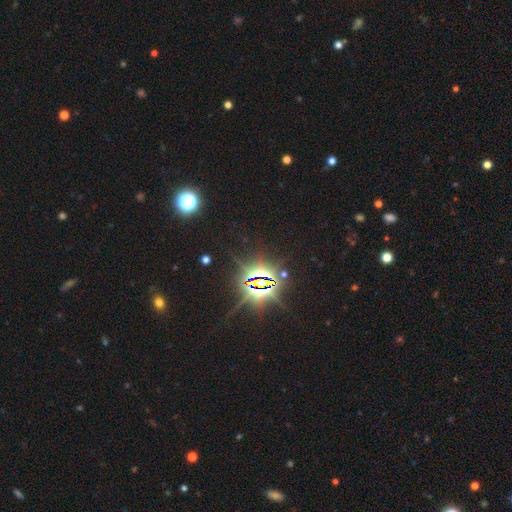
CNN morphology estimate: A star or artifact, not a galaxy (86%).